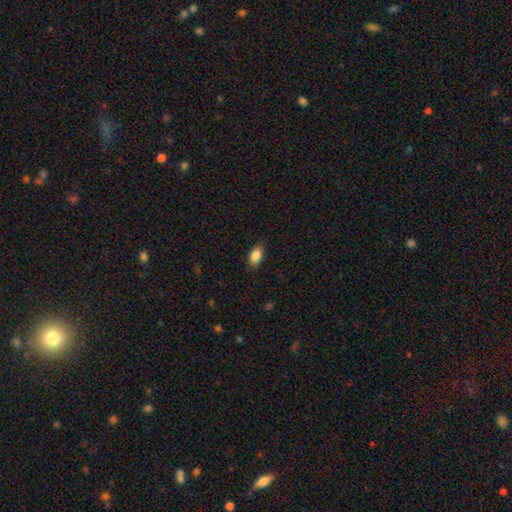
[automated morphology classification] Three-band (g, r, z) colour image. It shows a smooth galaxy with no disk features (86%) that is in between round and cigar-shaped (89%). Merging: none (85%).